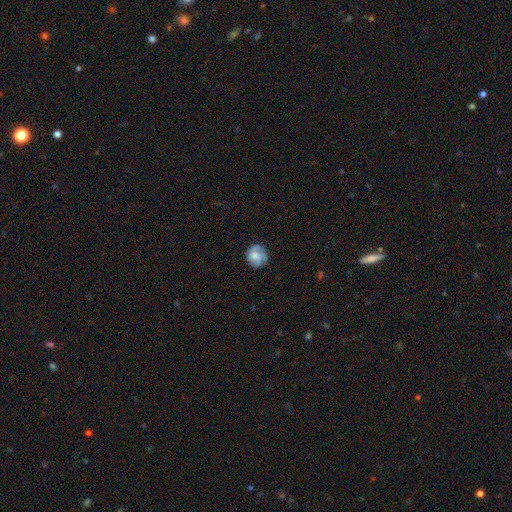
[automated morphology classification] Smooth or featured: smooth — 55% (featured or disk — 37%)
How rounded: round — 85% (in between — 14%)
Merging: none — 74% (minor disturbance — 19%)